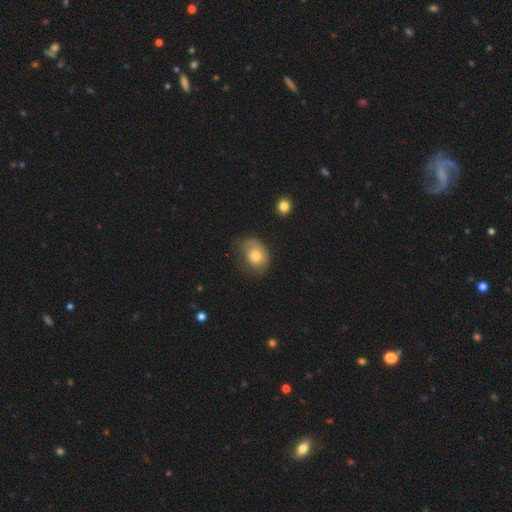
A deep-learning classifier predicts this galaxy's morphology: Q: Smooth or featured?
A: smooth (69%); runner-up: featured or disk (22%)
Q: How rounded?
A: in between (59%); runner-up: round (40%)
Q: Merging?
A: none (49%); runner-up: minor disturbance (32%)